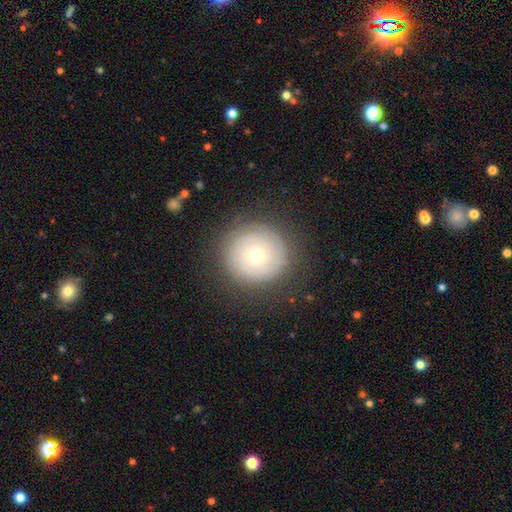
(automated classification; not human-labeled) smooth_or_featured: featured or disk (p=0.47) [alt: smooth p=0.43]
merging: none (p=0.83) [alt: minor disturbance p=0.11]